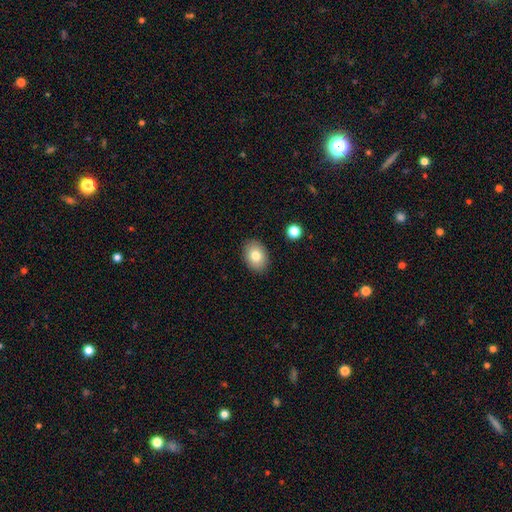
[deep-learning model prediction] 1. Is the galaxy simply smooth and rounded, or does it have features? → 80% smooth, 12% featured or disk, 8% star or artifact.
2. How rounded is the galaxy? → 73% in between, 26% round, 1% cigar-shaped.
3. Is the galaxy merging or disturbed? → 88% none, 8% minor disturbance, 2% major disturbance, 1% merger.